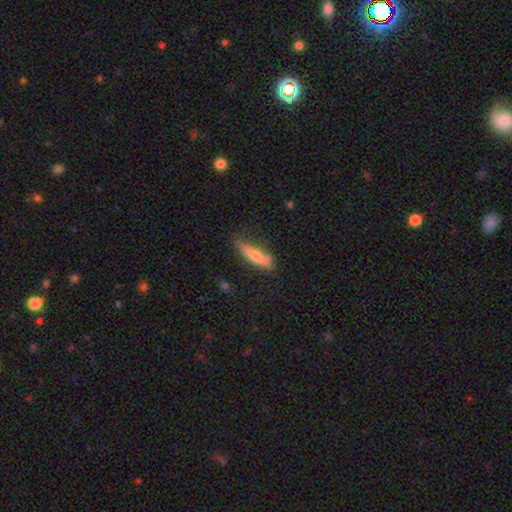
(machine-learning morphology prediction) A smooth galaxy with no disk features (63%) that is cigar-shaped (73%). Merging: none (68%).